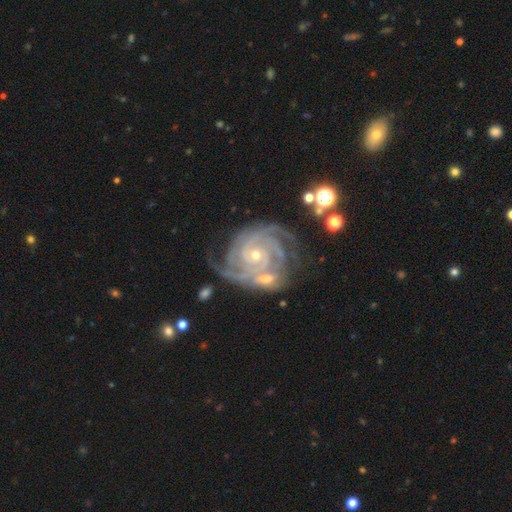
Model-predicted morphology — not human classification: Smooth or featured? featured or disk (92%)
Edge-on disk? no (98%)
Bar? no (69%)
Spiral arms? yes (99%)
Spiral winding? tight (77%)
Spiral arm count? 3 (31%)
Bulge size? small (73%)
Merging? none (58%)